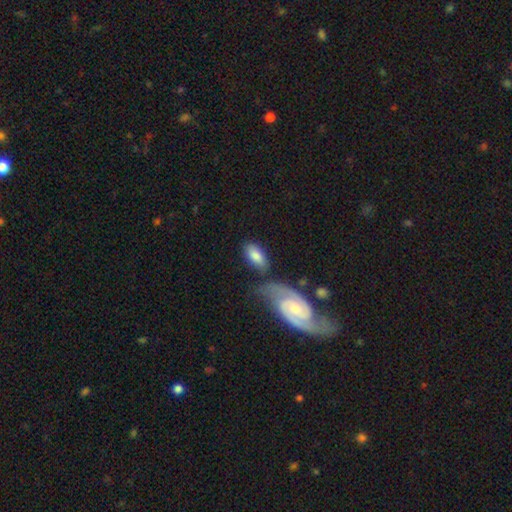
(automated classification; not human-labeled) A smooth galaxy with no disk features (77%) that is in between round and cigar-shaped (92%).

Vote fractions:
- Smooth or featured? smooth: 77% / featured or disk: 18% / star or artifact: 6%
- How rounded? in between: 92% / cigar-shaped: 4% / round: 4%
- Merging? none: 61% / minor disturbance: 17% / merger: 14% / major disturbance: 7%